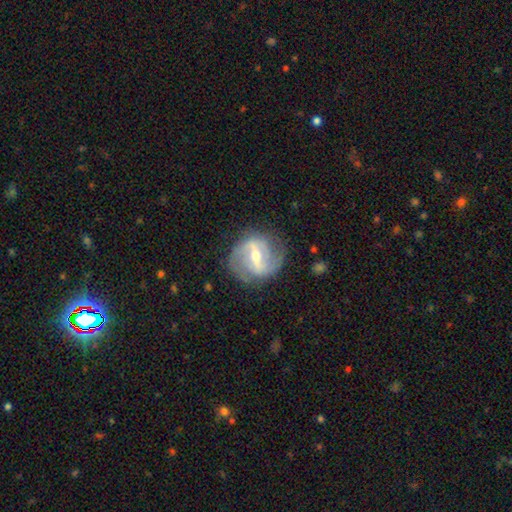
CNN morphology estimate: type=featured or disk (84%); edge-on=no (96%); bar=strong (51%); spiral arms=yes (91%); winding=medium (46%); arm count=2 (77%); bulge=moderate (57%); merging=none (75%).